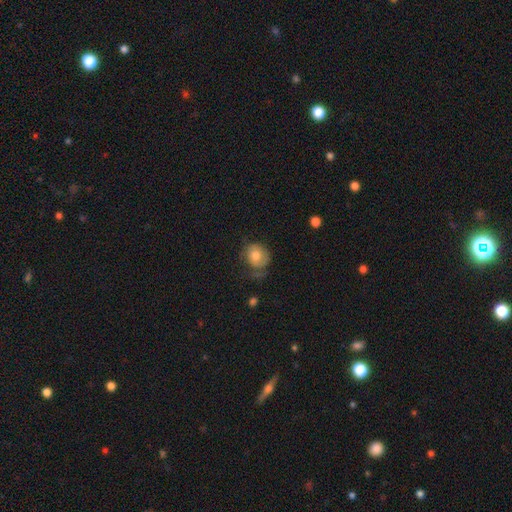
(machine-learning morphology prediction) The model was most divided on "merging": none: 47%, minor disturbance: 29%, major disturbance: 22%, merger: 2%. More confident: how rounded — round (72%); smooth or featured — smooth (70%).